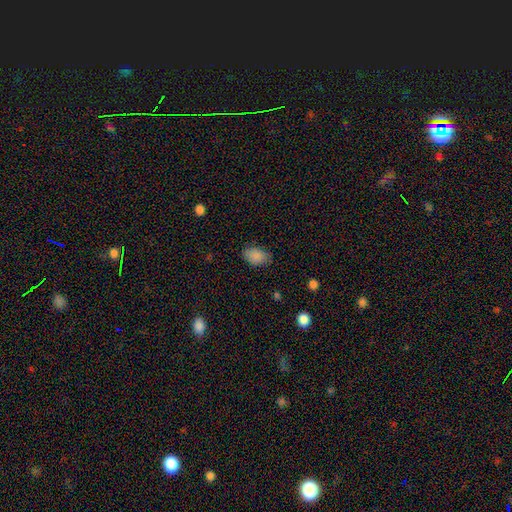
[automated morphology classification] Smooth or featured? Predicted: smooth (p=0.87). How rounded? Predicted: in between (p=0.87). Merging? Predicted: none (p=0.79).